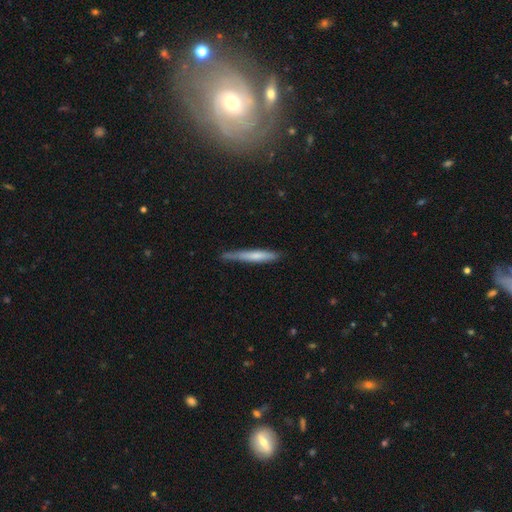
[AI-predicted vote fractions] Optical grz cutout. It shows a smooth galaxy with no disk features (63%) that is cigar-shaped (95%). Merging: none (71%).